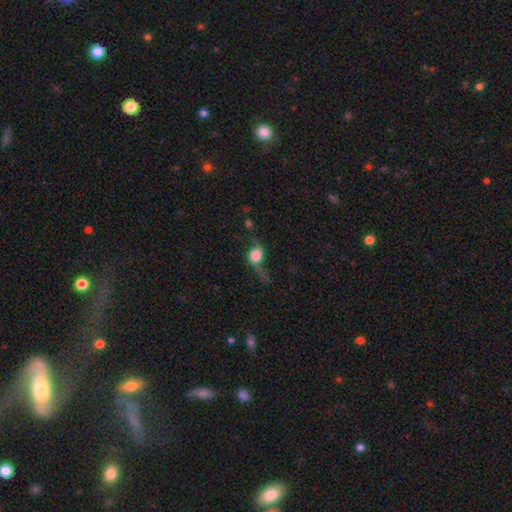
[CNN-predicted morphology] featured or disk 49%, smooth 40%, star or artifact 11%. Down the decision tree: merging — none (41%).